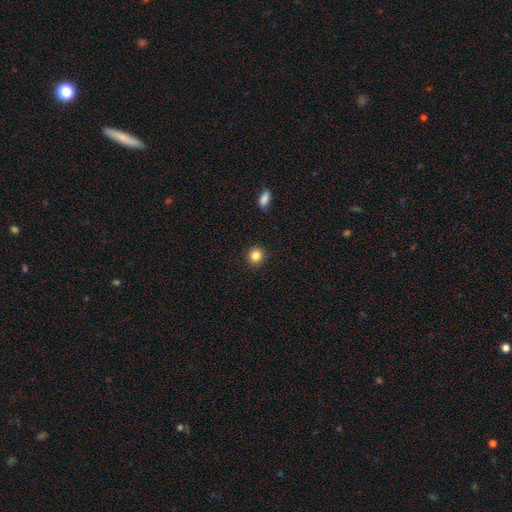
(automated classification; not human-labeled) Smooth or featured? smooth (84%)
How rounded? round (91%)
Merging? none (92%)